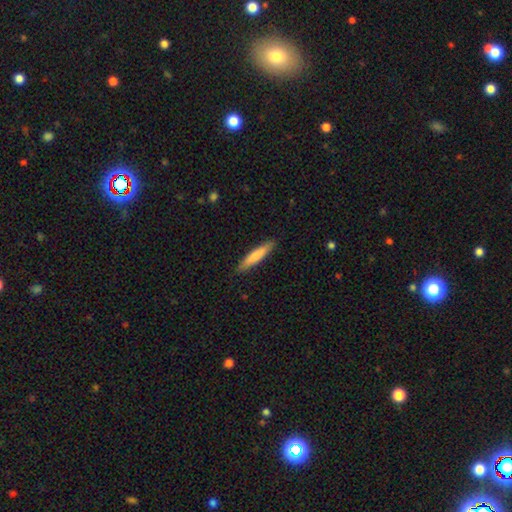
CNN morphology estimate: Smooth or featured? smooth (77%)
How rounded? cigar-shaped (89%)
Merging? none (89%)